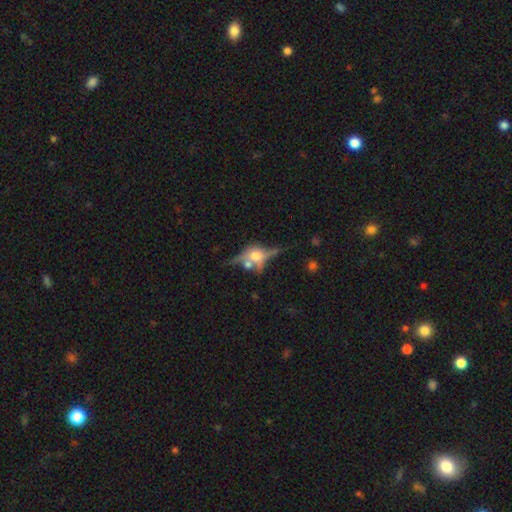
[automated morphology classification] Smooth or featured?
  - featured or disk: 66% *
  - smooth: 23%
  - star or artifact: 11%
Edge-on disk?
  - yes: 82% *
  - no: 18%
Edge-on bulge?
  - rounded: 94% *
  - boxy: 4%
  - none: 2%
Merging?
  - none: 60% *
  - merger: 18%
  - minor disturbance: 14%
  - major disturbance: 8%